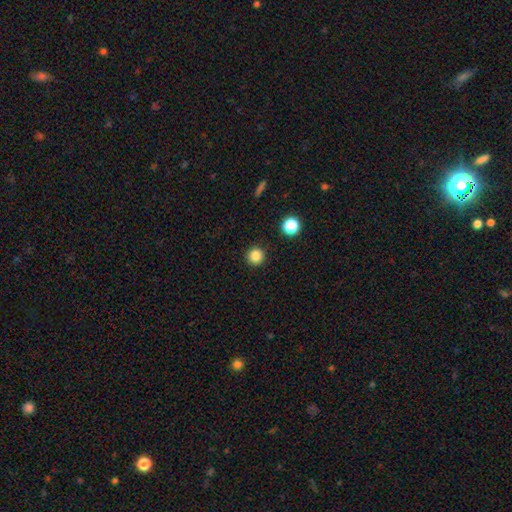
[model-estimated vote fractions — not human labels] The model was most divided on "smooth or featured": smooth: 85%, star or artifact: 12%, featured or disk: 4%. More confident: how rounded — round (95%); merging — none (92%).